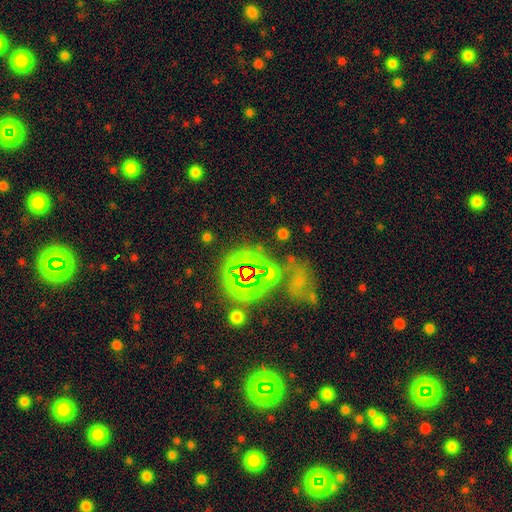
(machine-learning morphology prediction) type=star or artifact (63%).